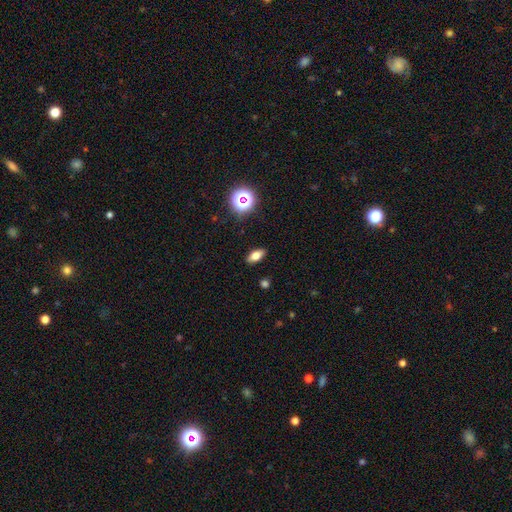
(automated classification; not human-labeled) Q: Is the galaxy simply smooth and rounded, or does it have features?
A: smooth — 69%.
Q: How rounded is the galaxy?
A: in between — 79%.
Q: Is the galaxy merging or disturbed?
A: none — 89%.